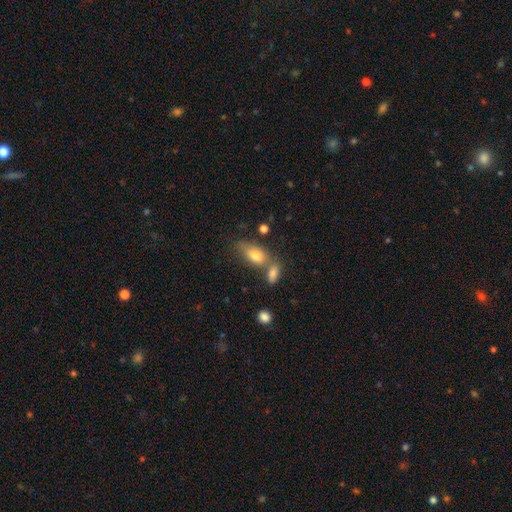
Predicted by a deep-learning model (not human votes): smooth-or-featured: smooth: 78% | featured or disk: 14% | star or artifact: 8%
  how-rounded: in between: 85% | cigar-shaped: 9% | round: 6%
  merging: none: 45% | merger: 33% | minor disturbance: 16% | major disturbance: 6%